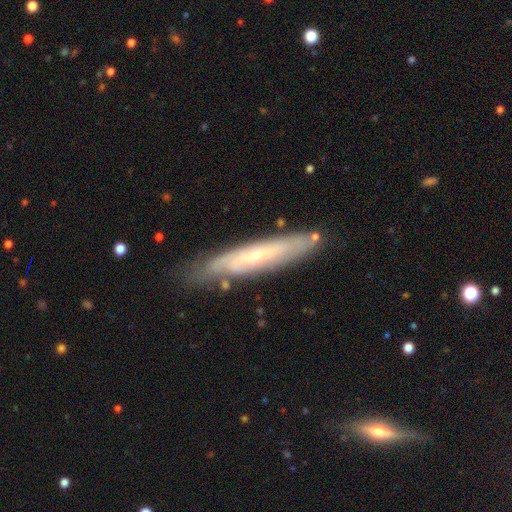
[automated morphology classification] This appears to be a featured or disk galaxy (65%) viewed edge-on (57%). Merging: none (78%).